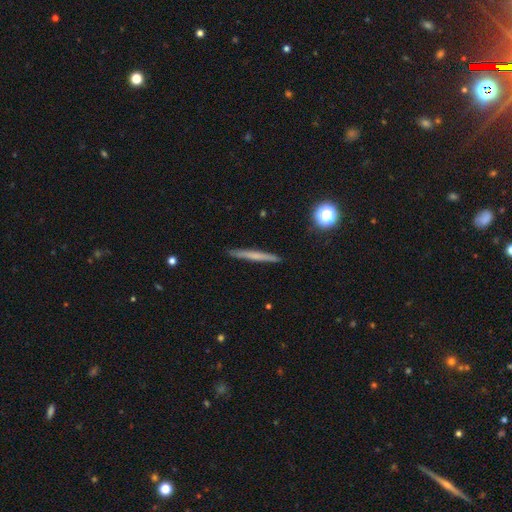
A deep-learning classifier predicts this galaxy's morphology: Overall: smooth (49%; featured or disk 43%). Merging: none (91%).